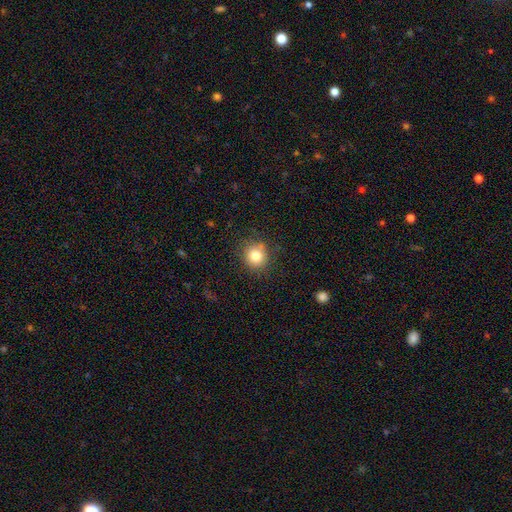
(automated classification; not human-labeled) A smooth galaxy with no disk features (80%) that is round (88%). Merging: none (83%).